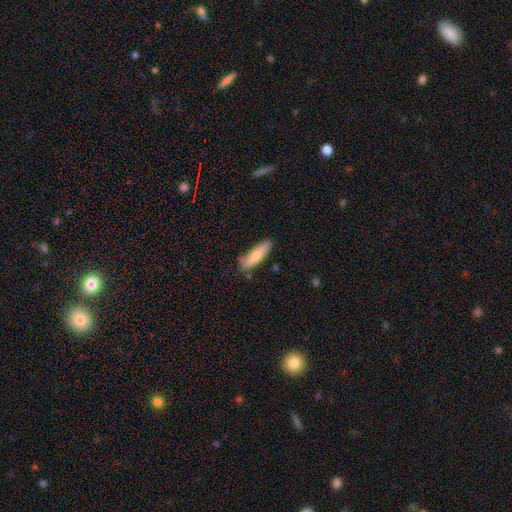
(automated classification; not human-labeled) smooth 79%, featured or disk 15%, star or artifact 6%. Down the decision tree: how rounded — cigar-shaped (59%); merging — none (76%).